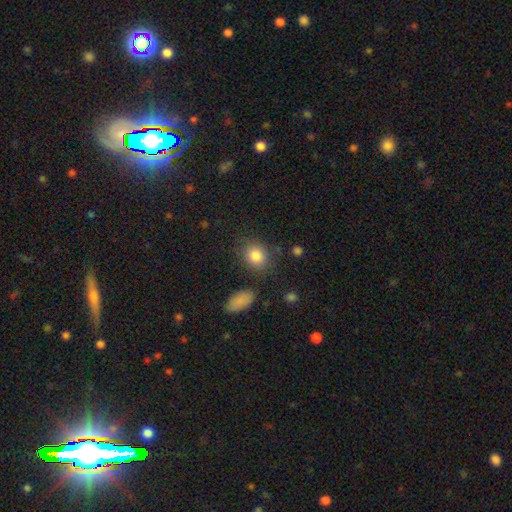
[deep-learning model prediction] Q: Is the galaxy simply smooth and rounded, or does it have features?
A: smooth — 86%.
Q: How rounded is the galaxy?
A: round — 65%.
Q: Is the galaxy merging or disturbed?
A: none — 79%.